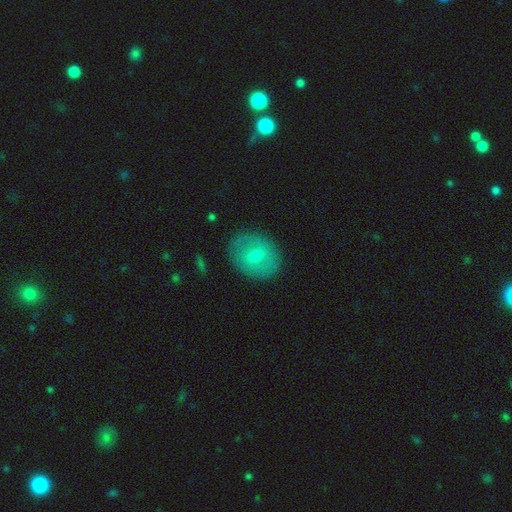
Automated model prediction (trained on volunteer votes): smooth 54%, featured or disk 38%, star or artifact 9%. Down the decision tree: how rounded — round (61%); merging — none (86%).